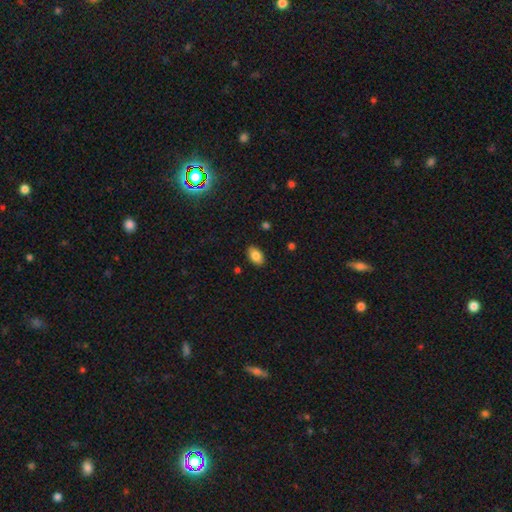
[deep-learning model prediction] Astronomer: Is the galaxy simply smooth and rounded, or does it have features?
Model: smooth — 85%.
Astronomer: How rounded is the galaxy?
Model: in between — 90%.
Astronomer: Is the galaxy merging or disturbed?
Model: none — 88%.